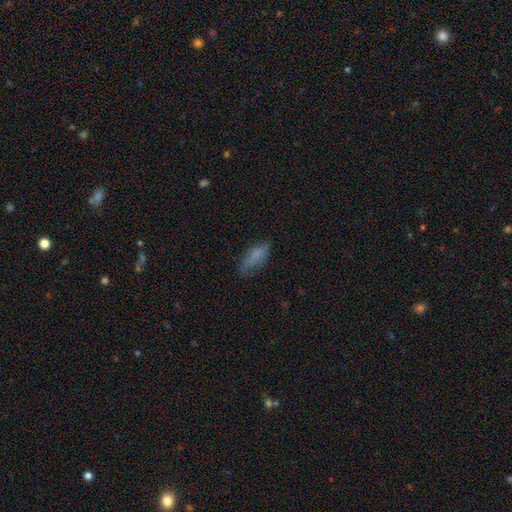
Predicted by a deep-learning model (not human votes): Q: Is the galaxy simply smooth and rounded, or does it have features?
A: smooth — 74%.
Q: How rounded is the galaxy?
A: in between — 70%.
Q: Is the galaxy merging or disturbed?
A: none — 56%.